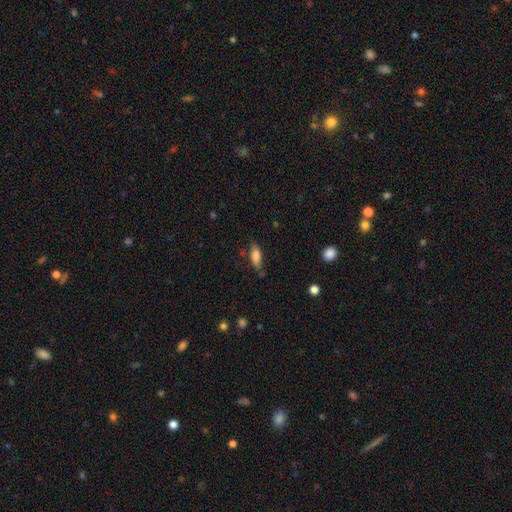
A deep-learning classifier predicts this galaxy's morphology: smooth_or_featured: smooth (p=0.79) [alt: featured or disk p=0.13]
how_rounded: in between (p=0.72) [alt: cigar-shaped p=0.25]
merging: none (p=0.65) [alt: minor disturbance p=0.25]